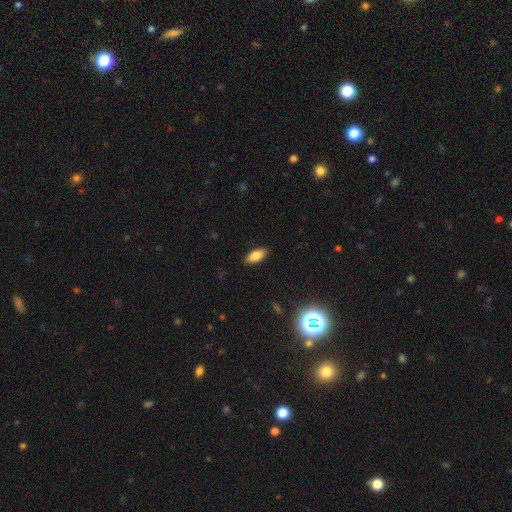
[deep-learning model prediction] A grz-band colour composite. It shows a smooth galaxy with no disk features (81%) that is in between round and cigar-shaped (87%). Merging: none (88%).